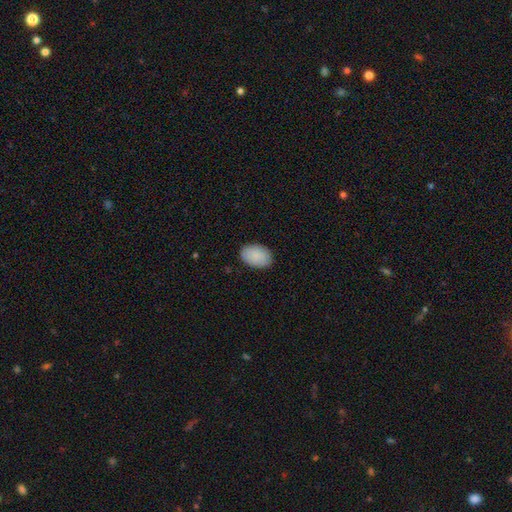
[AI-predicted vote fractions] smooth_or_featured: smooth (p=0.90) [alt: star or artifact p=0.06]
how_rounded: in between (p=0.90) [alt: round p=0.09]
merging: none (p=0.87) [alt: minor disturbance p=0.10]